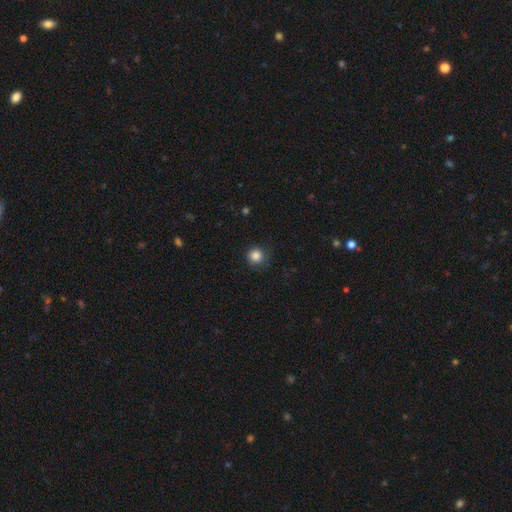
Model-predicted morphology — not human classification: The model was most divided on "merging": none: 79%, minor disturbance: 15%, major disturbance: 5%, merger: 1%. More confident: how rounded — round (93%); smooth or featured — smooth (85%).